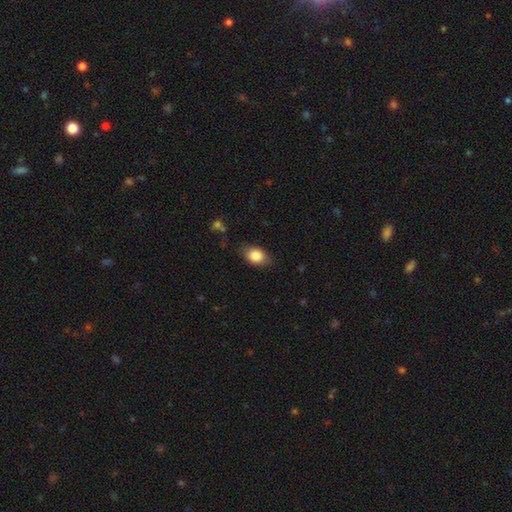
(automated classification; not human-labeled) Morphology: type=smooth (84%); roundness=in between (76%); merging=none (79%).